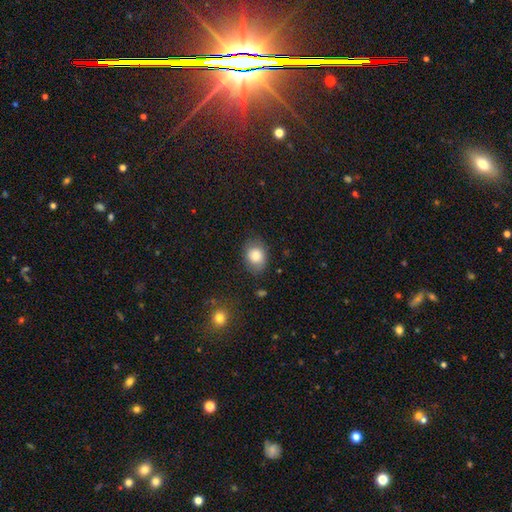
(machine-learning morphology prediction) Overall: smooth (83%). How rounded: in between (58%; round 41%). Merging: none (74%).